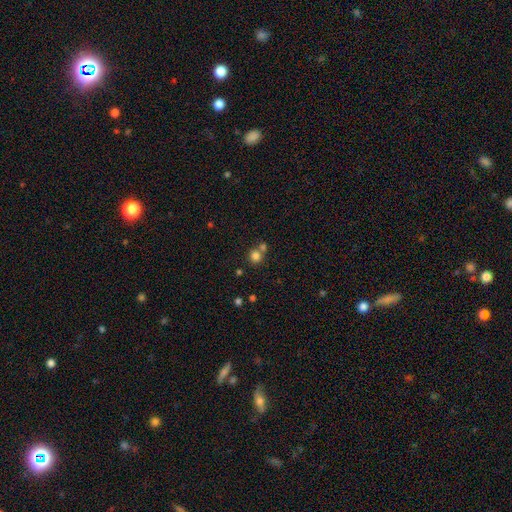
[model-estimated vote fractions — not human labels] This is likely a smooth galaxy (79%). How rounded: clearly round (88%). Merging: possibly none (56%).